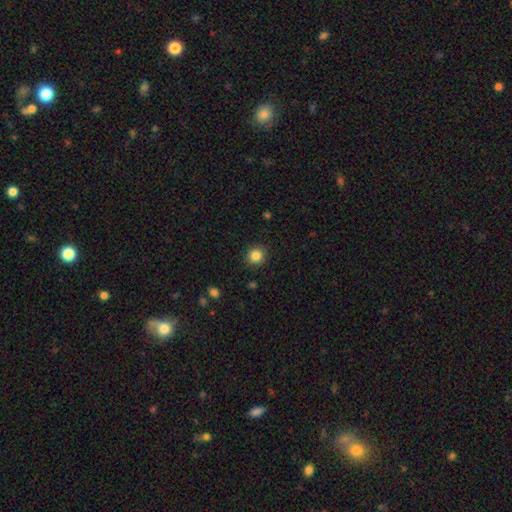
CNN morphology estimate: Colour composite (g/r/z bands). It shows a smooth galaxy with no disk features (84%) that is round (90%). Merging: none (91%).